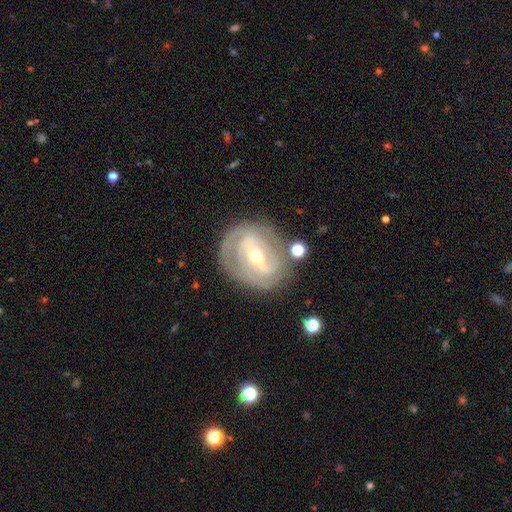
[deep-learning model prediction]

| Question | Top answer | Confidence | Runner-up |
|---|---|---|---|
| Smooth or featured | featured or disk | 83% | smooth (12%) |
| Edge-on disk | no | 95% | yes (5%) |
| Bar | strong | 45% | weak (37%) |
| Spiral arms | yes | 83% | no (17%) |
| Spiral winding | tight | 62% | medium (29%) |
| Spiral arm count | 2 | 49% | can't tell (27%) |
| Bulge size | small | 50% | moderate (47%) |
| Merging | none | 75% | minor disturbance (15%) |